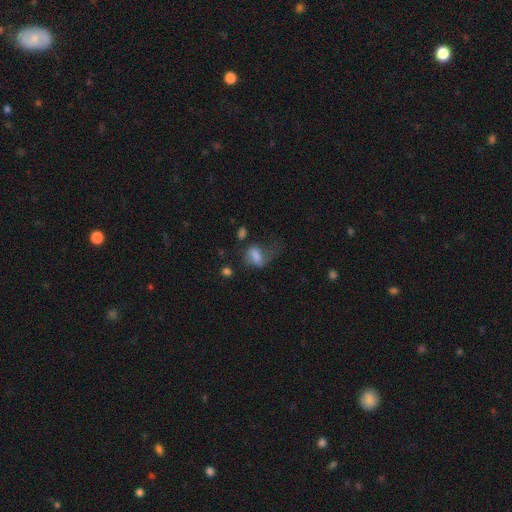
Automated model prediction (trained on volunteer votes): Smooth or featured? smooth (68%)
How rounded? in between (81%)
Merging? major disturbance (43%)